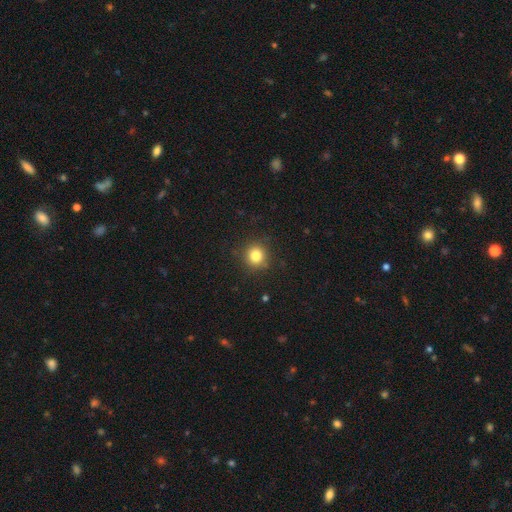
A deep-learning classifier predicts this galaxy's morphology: The model was most divided on "smooth or featured": smooth: 82%, star or artifact: 12%, featured or disk: 6%. More confident: how rounded — round (91%); merging — none (89%).